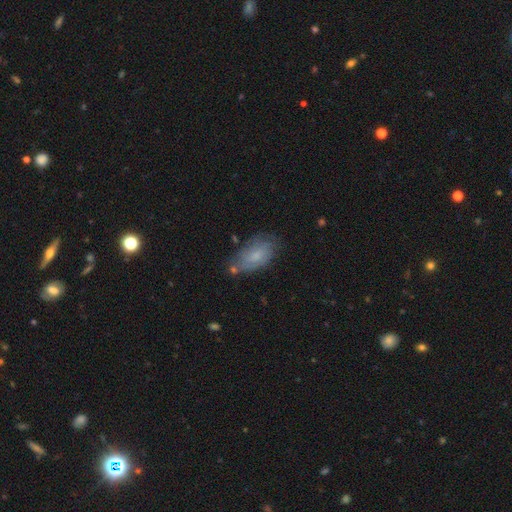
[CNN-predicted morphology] smooth_or_featured: smooth (p=0.58) [alt: featured or disk p=0.34]
how_rounded: in between (p=0.91) [alt: cigar-shaped p=0.05]
merging: none (p=0.60) [alt: minor disturbance p=0.26]